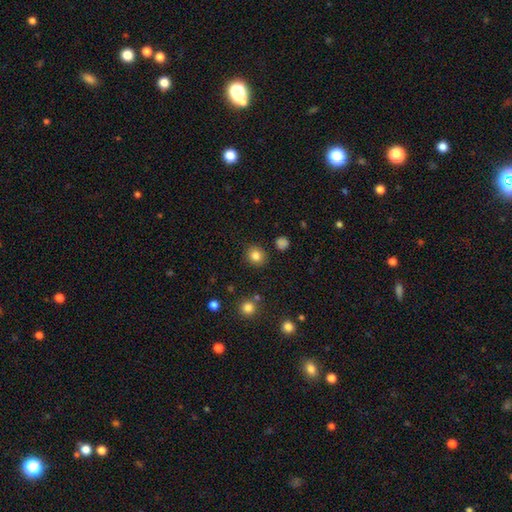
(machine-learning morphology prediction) smooth_or_featured: smooth (p=0.84) [alt: star or artifact p=0.11]
how_rounded: round (p=0.84) [alt: in between p=0.15]
merging: none (p=0.88) [alt: minor disturbance p=0.07]